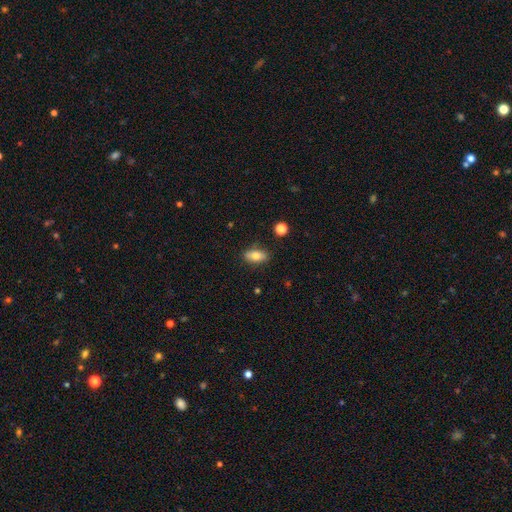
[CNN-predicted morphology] A smooth galaxy with no disk features (76%) that is in between round and cigar-shaped (84%).

Vote fractions:
- Smooth or featured? smooth: 76% / featured or disk: 16% / star or artifact: 8%
- How rounded? in between: 84% / cigar-shaped: 11% / round: 5%
- Merging? none: 85% / minor disturbance: 11% / major disturbance: 2% / merger: 2%